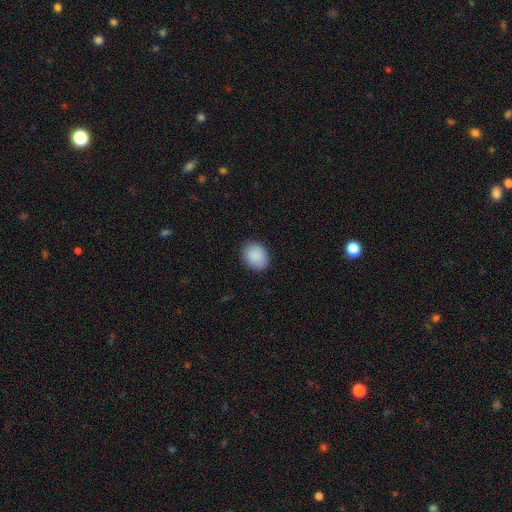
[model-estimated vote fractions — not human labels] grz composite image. It shows a smooth galaxy with no disk features (90%) that is in between round and cigar-shaped (57%). Merging: none (87%).